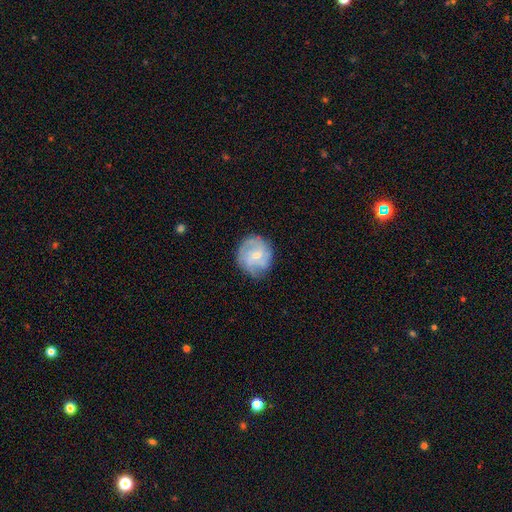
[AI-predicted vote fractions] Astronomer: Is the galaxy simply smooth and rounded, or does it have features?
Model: featured or disk — 58% (runner-up: smooth, 35%).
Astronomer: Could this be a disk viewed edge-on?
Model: no — 97%.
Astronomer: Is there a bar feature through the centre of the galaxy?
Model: no — 58% (runner-up: weak, 37%).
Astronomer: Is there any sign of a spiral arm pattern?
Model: yes — 81%.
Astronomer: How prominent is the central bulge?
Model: small — 54% (runner-up: moderate, 38%).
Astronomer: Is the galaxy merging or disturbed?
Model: none — 73%.